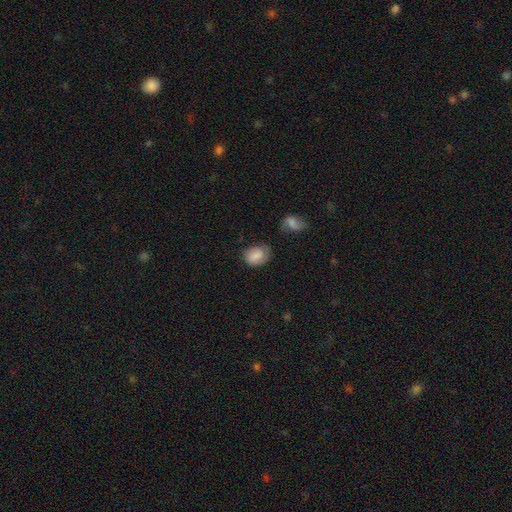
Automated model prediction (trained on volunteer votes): Smooth or featured: smooth — 74% (featured or disk — 18%)
How rounded: in between — 60% (round — 39%)
Merging: none — 55% (minor disturbance — 27%)